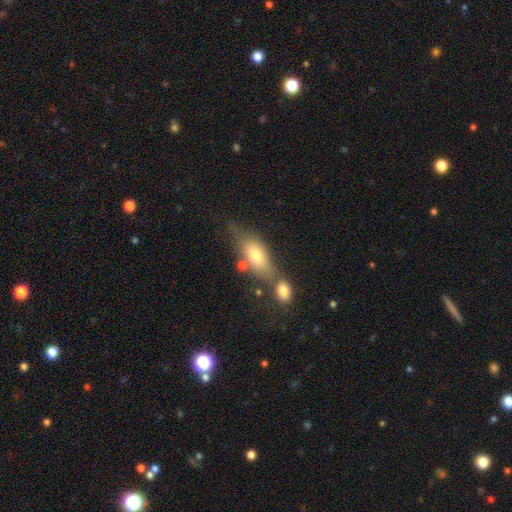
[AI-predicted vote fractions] smooth 67%, featured or disk 25%, star or artifact 8%. Down the decision tree: how rounded — in between (80%); merging — none (43%).